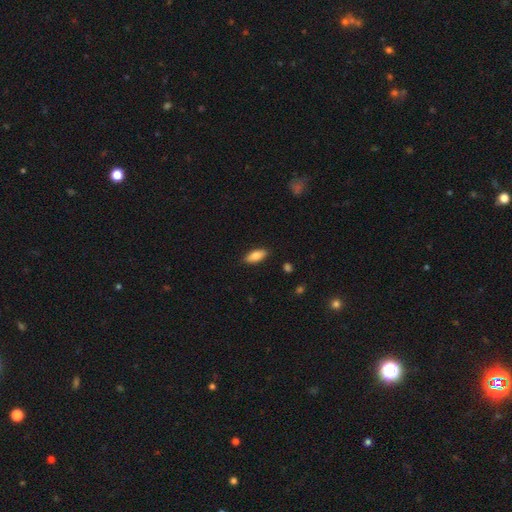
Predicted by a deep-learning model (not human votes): Smooth or featured?
  - smooth: 82% *
  - featured or disk: 12%
  - star or artifact: 6%
How rounded?
  - in between: 83% *
  - cigar-shaped: 15%
  - round: 2%
Merging?
  - none: 88% *
  - minor disturbance: 9%
  - major disturbance: 2%
  - merger: 1%